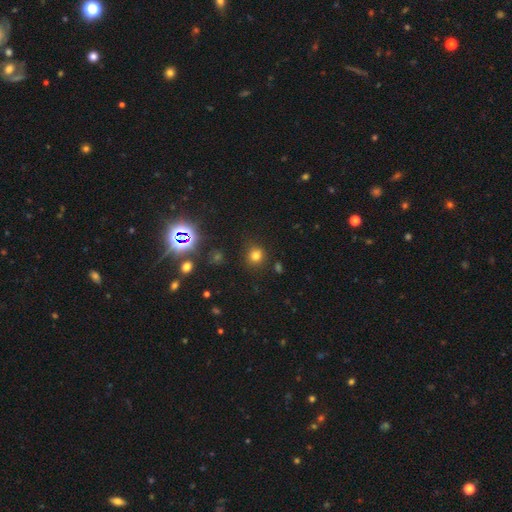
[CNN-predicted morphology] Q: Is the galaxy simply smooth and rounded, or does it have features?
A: smooth — 75%.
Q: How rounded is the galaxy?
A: round — 86%.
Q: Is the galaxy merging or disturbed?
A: none — 85%.